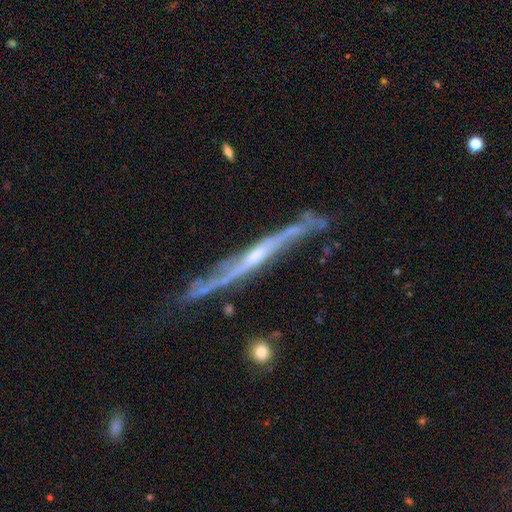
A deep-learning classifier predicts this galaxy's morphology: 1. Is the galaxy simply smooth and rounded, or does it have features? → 86% featured or disk, 8% smooth, 6% star or artifact.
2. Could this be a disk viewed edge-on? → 83% yes, 17% no.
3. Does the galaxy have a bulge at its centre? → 61% rounded, 34% none, 5% boxy.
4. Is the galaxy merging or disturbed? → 63% none, 26% minor disturbance, 7% major disturbance, 4% merger.